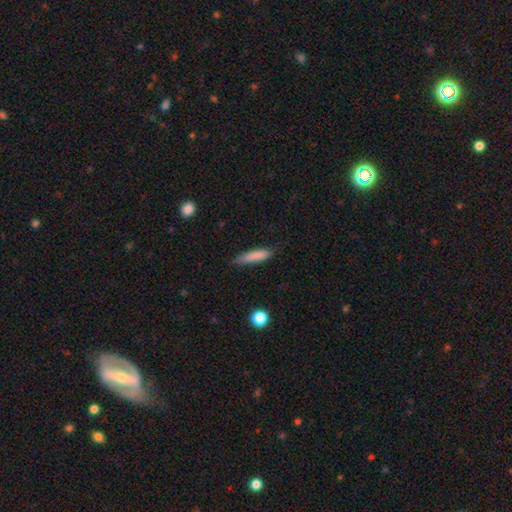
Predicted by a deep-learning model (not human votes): Overall: smooth (83%). How rounded: cigar-shaped (82%). Merging: none (76%).